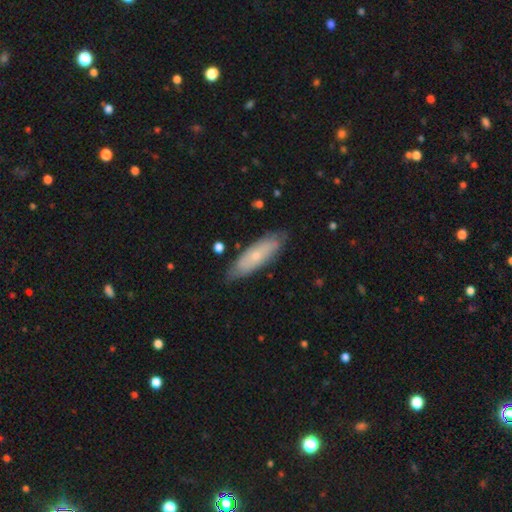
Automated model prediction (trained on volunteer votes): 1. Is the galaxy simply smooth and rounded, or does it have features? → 58% smooth, 36% featured or disk, 6% star or artifact.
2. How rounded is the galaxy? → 55% cigar-shaped, 44% in between, 2% round.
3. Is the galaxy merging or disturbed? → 79% none, 16% minor disturbance, 3% major disturbance, 2% merger.